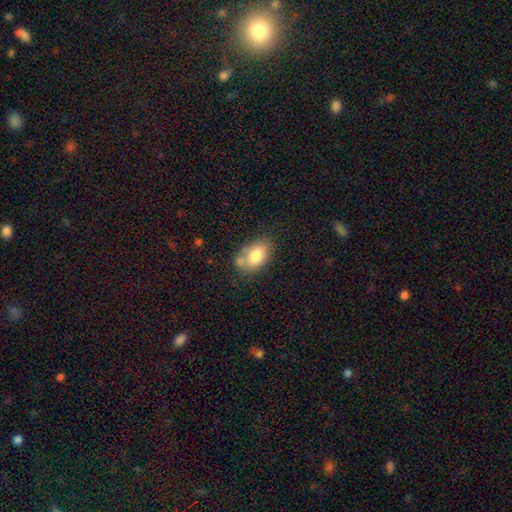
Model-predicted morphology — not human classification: smooth_or_featured: smooth (p=0.79) [alt: featured or disk p=0.13]
how_rounded: in between (p=0.86) [alt: round p=0.13]
merging: none (p=0.55) [alt: minor disturbance p=0.21]